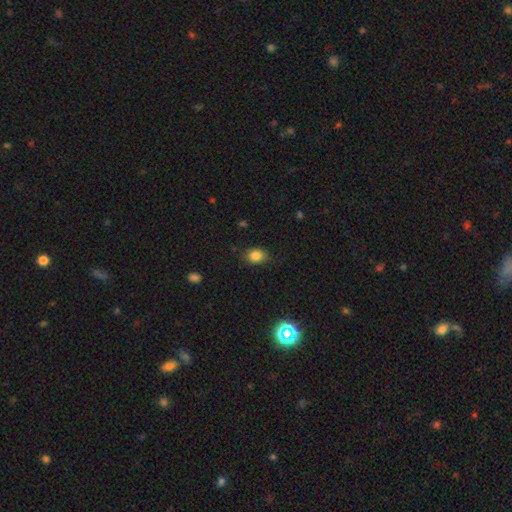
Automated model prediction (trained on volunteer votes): Smooth or featured?
  - smooth: 82% *
  - star or artifact: 12%
  - featured or disk: 6%
How rounded?
  - in between: 56% *
  - round: 43%
  - cigar-shaped: 1%
Merging?
  - none: 79% *
  - minor disturbance: 17%
  - major disturbance: 4%
  - merger: 1%